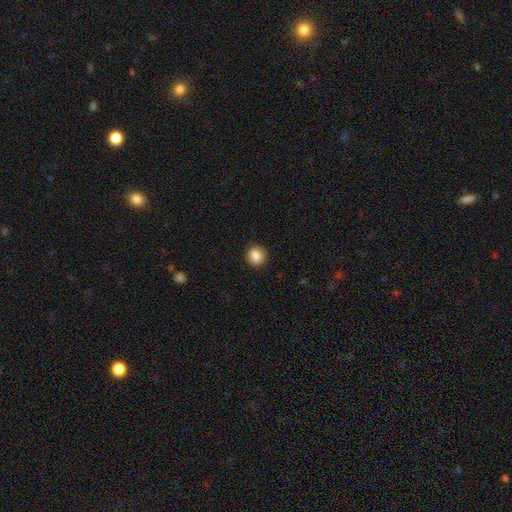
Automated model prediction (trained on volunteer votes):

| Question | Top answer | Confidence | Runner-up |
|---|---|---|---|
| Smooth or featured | smooth | 86% | star or artifact (9%) |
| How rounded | round | 71% | in between (28%) |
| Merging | none | 89% | minor disturbance (8%) |